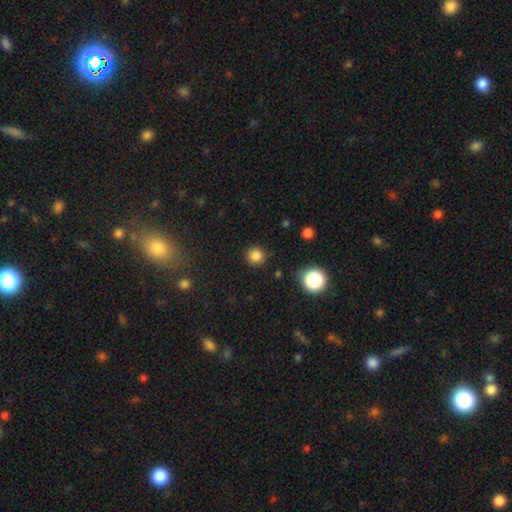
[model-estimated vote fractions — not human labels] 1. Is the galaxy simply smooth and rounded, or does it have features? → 83% smooth, 13% star or artifact, 4% featured or disk.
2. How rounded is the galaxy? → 94% round, 5% in between, 1% cigar-shaped.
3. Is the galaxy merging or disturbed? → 89% none, 7% minor disturbance, 3% major disturbance, 2% merger.